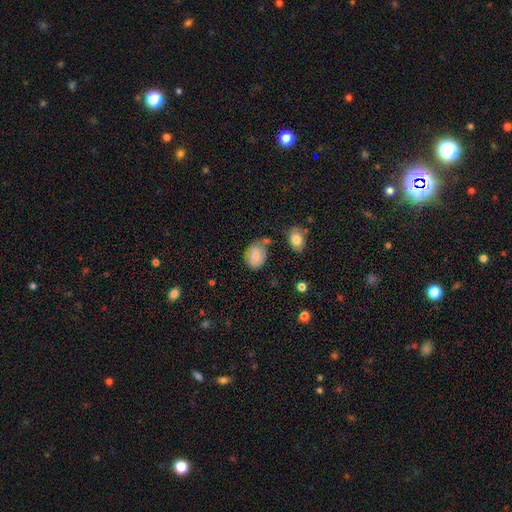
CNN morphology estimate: type=smooth (74%); roundness=in between (74%); merging=none (58%).